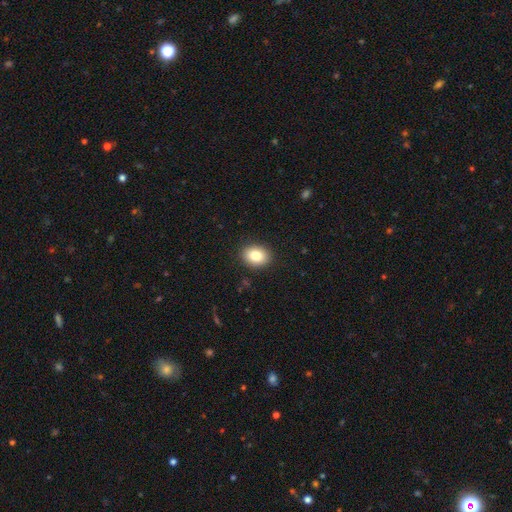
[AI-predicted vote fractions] Overall: smooth (84%). How rounded: in between (62%; round 37%). Merging: none (90%).